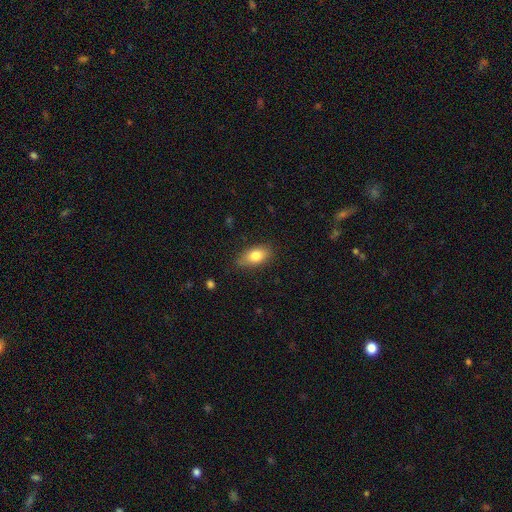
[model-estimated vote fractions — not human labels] Morphology: type=smooth (79%); roundness=in between (87%); merging=none (77%).